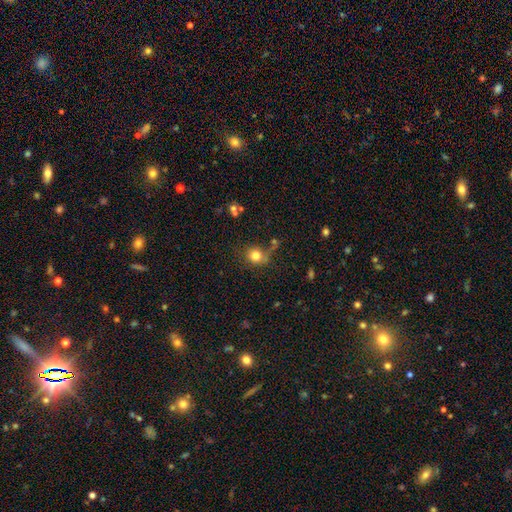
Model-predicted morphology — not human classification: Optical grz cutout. It shows a smooth galaxy with no disk features (80%) that is round (82%). Merging: none (60%).